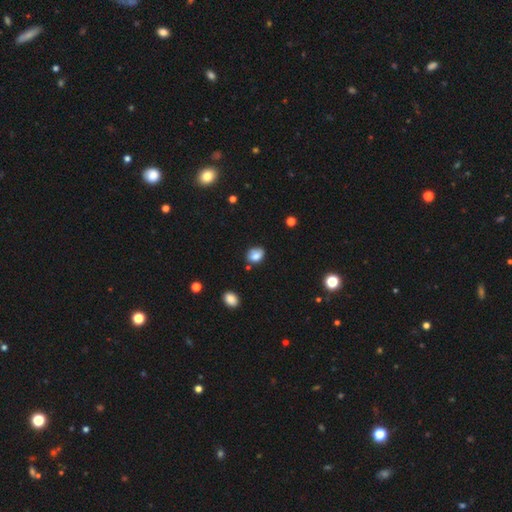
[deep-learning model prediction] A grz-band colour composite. It shows a smooth galaxy with no disk features (81%) that is in between round and cigar-shaped (65%). Merging: none (69%).